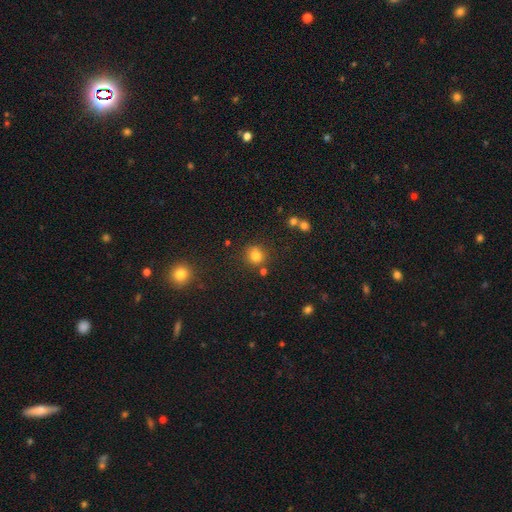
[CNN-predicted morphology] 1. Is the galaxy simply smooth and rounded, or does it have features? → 79% smooth, 15% star or artifact, 6% featured or disk.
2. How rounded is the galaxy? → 87% round, 12% in between, 1% cigar-shaped.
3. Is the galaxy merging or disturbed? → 79% none, 11% minor disturbance, 7% merger, 3% major disturbance.